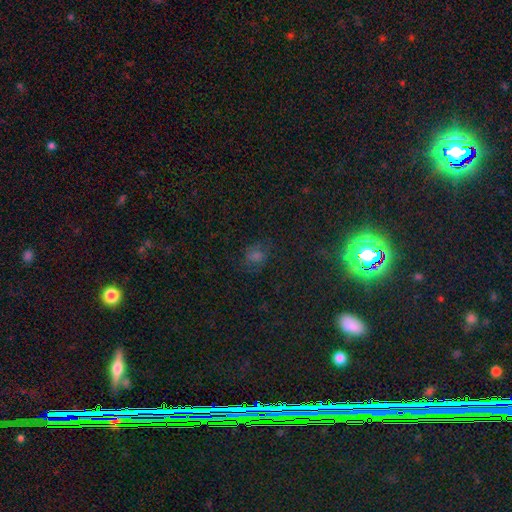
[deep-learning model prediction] This is marginally a star or artifact rather than a galaxy (44%).